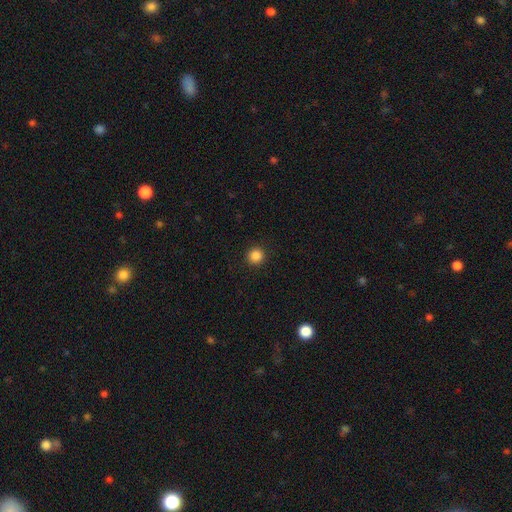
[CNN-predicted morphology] Smooth or featured? Predicted: smooth (p=0.87). How rounded? Predicted: round (p=0.94). Merging? Predicted: none (p=0.92).